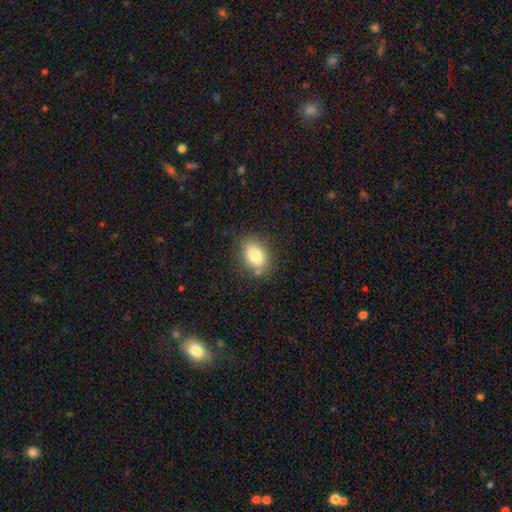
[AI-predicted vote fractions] This is clearly a smooth galaxy (82%). How rounded: clearly in between (82%). Merging: likely none (80%).